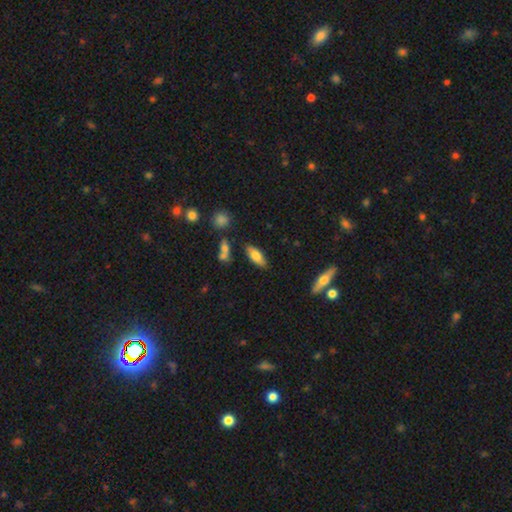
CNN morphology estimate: The model was most divided on "smooth or featured": smooth: 73%, featured or disk: 19%, star or artifact: 7%. More confident: merging — none (79%); how rounded — in between (77%).